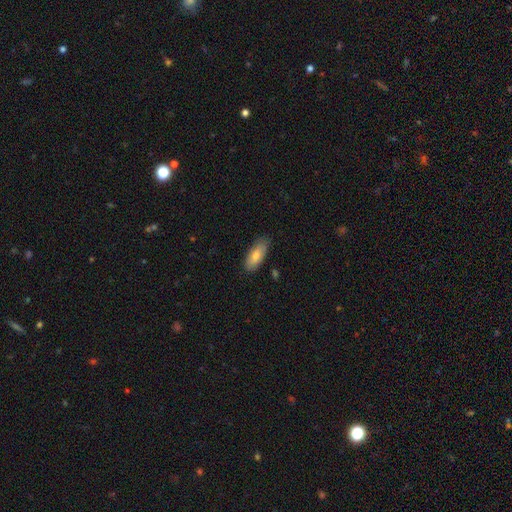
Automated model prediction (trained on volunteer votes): A smooth galaxy with no disk features (79%) that is in between round and cigar-shaped (82%).

Vote fractions:
- Smooth or featured? smooth: 79% / featured or disk: 15% / star or artifact: 6%
- How rounded? in between: 82% / cigar-shaped: 16% / round: 2%
- Merging? none: 81% / minor disturbance: 15% / major disturbance: 2% / merger: 1%